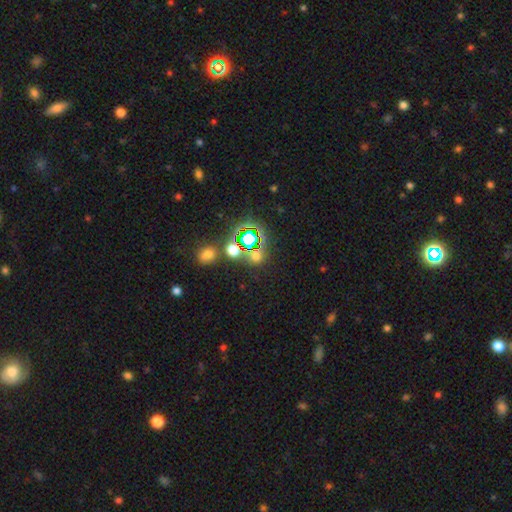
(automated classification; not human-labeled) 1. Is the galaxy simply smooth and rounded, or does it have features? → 50% star or artifact, 43% smooth, 8% featured or disk.